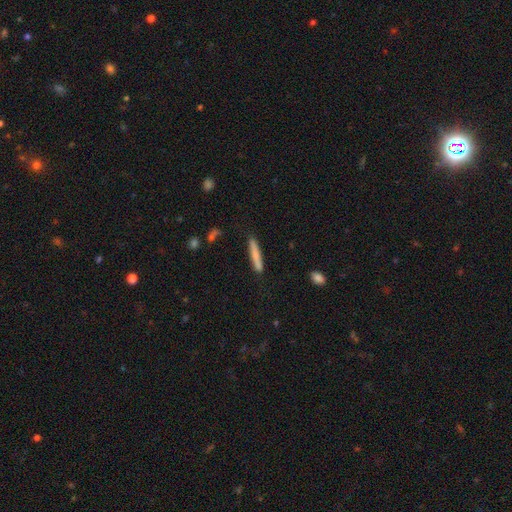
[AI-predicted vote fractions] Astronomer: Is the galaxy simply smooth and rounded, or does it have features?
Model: smooth — 75%.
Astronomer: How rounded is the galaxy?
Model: cigar-shaped — 95%.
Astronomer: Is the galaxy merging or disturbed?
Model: none — 86%.